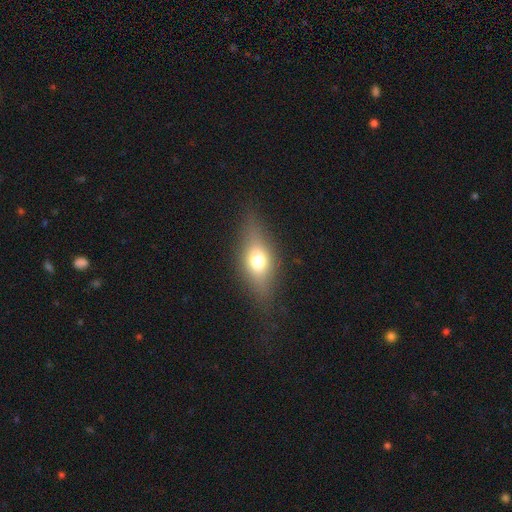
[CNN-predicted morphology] A featured or disk galaxy (46%). Merging: none (82%).